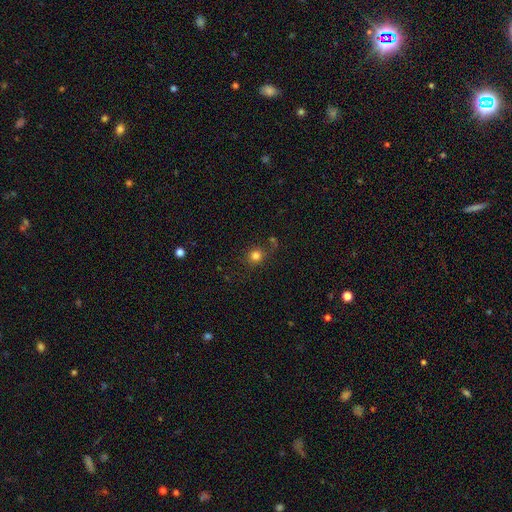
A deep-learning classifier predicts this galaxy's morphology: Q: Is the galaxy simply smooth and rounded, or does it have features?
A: smooth — 80%.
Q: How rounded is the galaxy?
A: round — 86%.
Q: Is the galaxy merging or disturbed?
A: none — 74%.